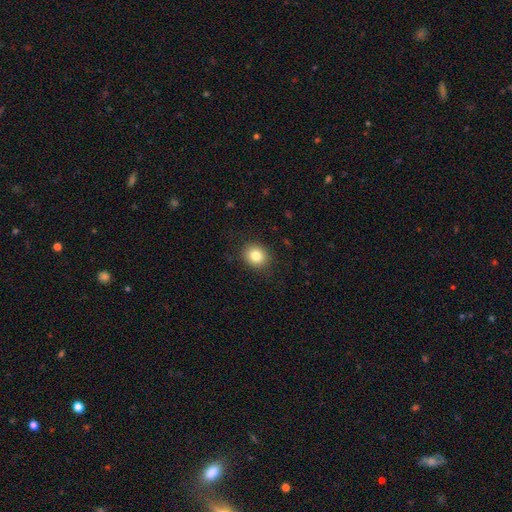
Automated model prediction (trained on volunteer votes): A smooth galaxy with no disk features (82%) that is round (77%). Merging: none (89%).